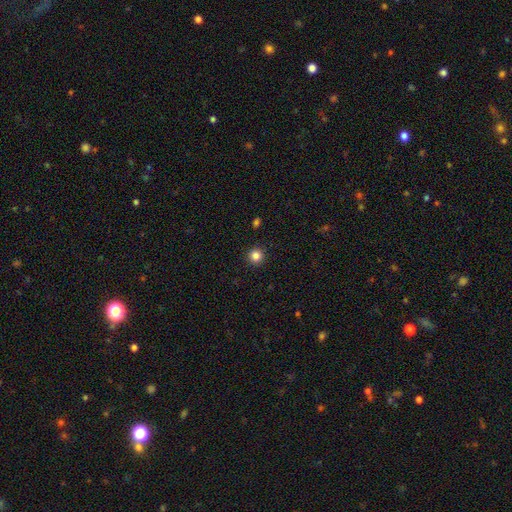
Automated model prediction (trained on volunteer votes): The model was most divided on "smooth or featured": smooth: 84%, star or artifact: 12%, featured or disk: 4%. More confident: how rounded — round (95%); merging — none (93%).